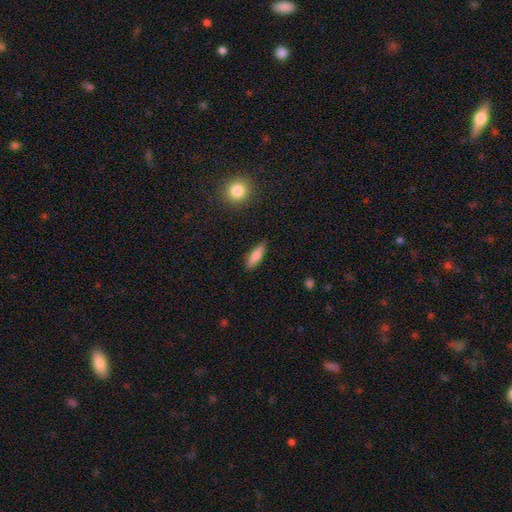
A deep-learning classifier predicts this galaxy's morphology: smooth 82%, featured or disk 11%, star or artifact 7%. Down the decision tree: how rounded — cigar-shaped (54%); merging — none (83%).